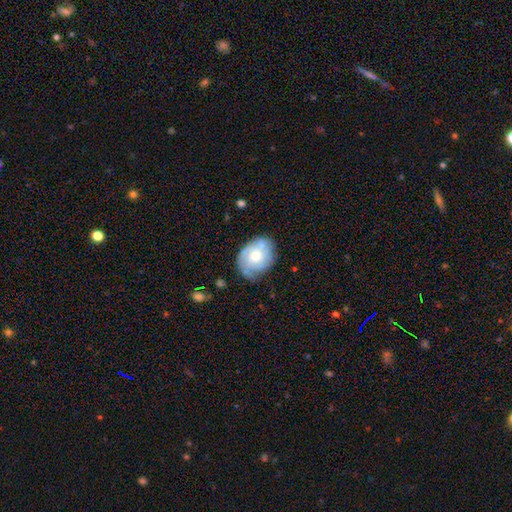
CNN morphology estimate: Smooth or featured? featured or disk (47%)
Merging? none (62%)